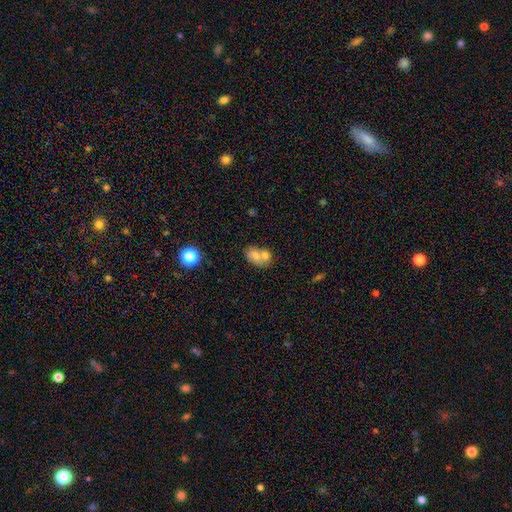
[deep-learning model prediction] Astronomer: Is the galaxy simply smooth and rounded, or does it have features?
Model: smooth — 66%.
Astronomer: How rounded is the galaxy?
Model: in between — 75%.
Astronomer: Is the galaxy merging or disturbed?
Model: merger — 56%.